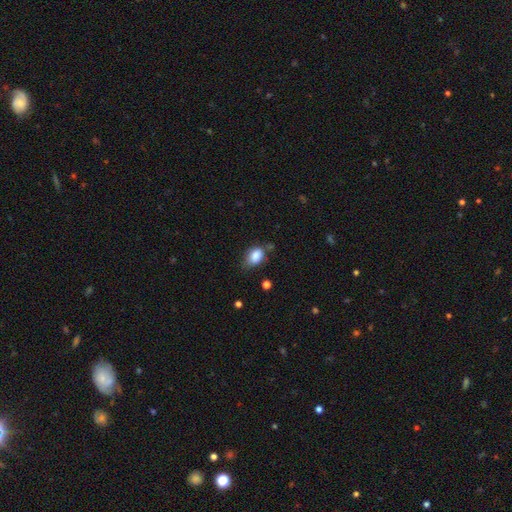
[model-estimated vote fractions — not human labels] Smooth or featured? Predicted: smooth (p=0.85). How rounded? Predicted: in between (p=0.81). Merging? Predicted: none (p=0.58).